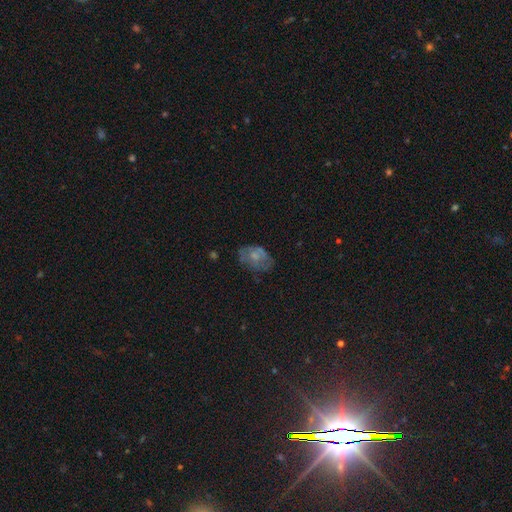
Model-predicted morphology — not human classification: This is possibly a smooth galaxy (48%). Merging: possibly none (53%).